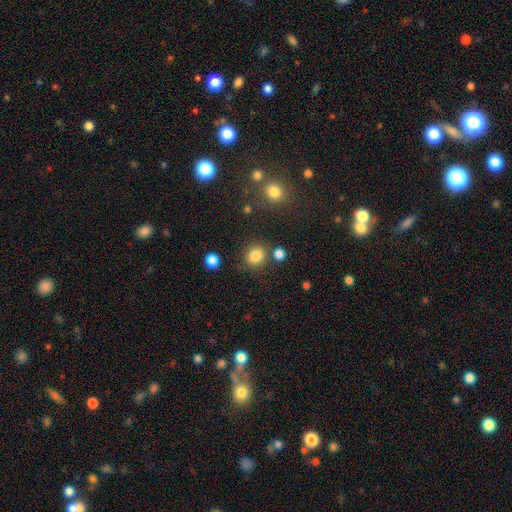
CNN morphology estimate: A smooth galaxy with no disk features (84%) that is round (75%).

Vote fractions:
- Smooth or featured? smooth: 84% / star or artifact: 12% / featured or disk: 5%
- How rounded? round: 75% / in between: 24% / cigar-shaped: 1%
- Merging? none: 77% / minor disturbance: 10% / merger: 9% / major disturbance: 4%